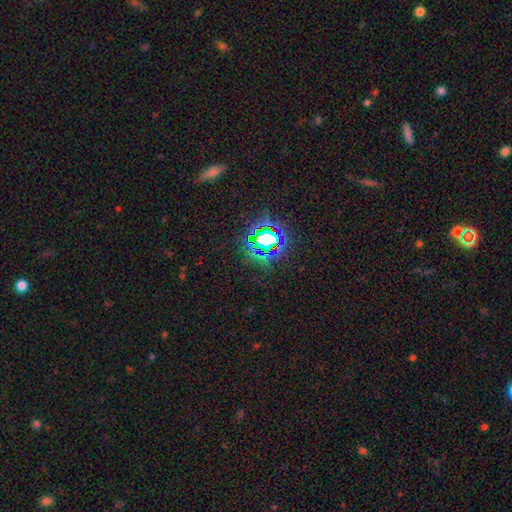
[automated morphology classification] star or artifact 77%, smooth 16%, featured or disk 7%.